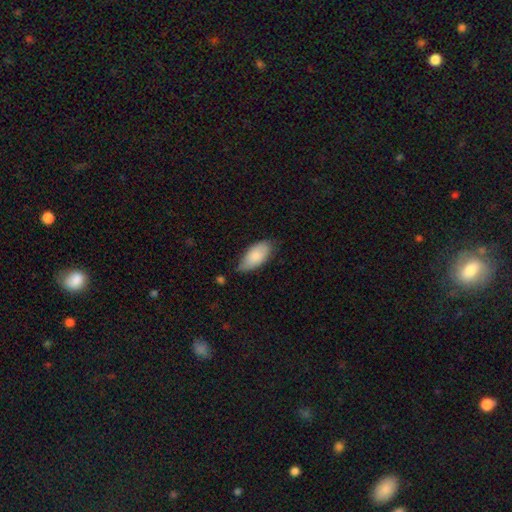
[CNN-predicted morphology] A smooth galaxy with no disk features (82%) that is in between round and cigar-shaped (92%). Merging: none (61%).